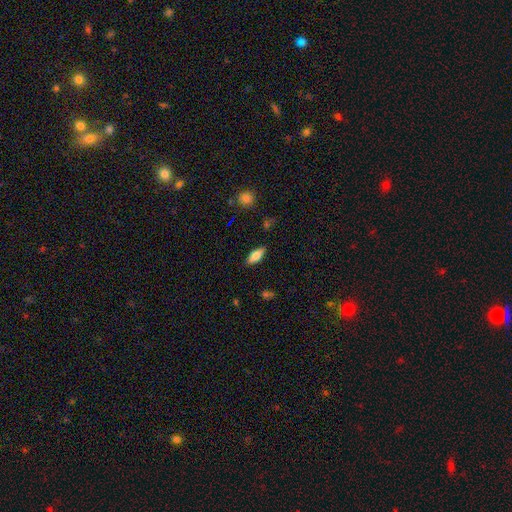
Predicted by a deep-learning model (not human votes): Smooth or featured? Predicted: smooth (p=0.70). How rounded? Predicted: in between (p=0.77). Merging? Predicted: none (p=0.86).